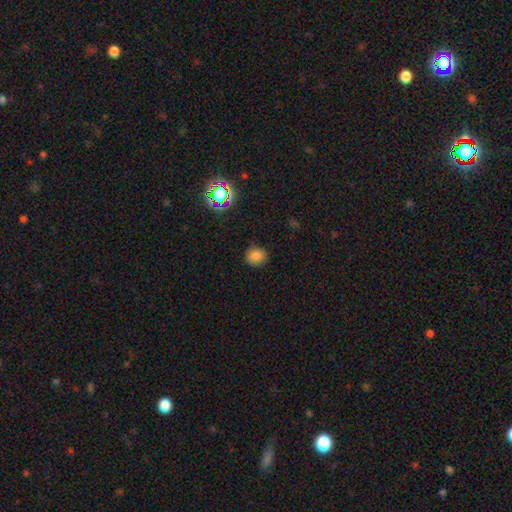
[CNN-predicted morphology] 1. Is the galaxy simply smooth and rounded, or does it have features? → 81% smooth, 14% star or artifact, 6% featured or disk.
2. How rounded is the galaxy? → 80% round, 19% in between, 1% cigar-shaped.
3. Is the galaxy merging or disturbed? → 84% none, 12% minor disturbance, 3% major disturbance, 1% merger.